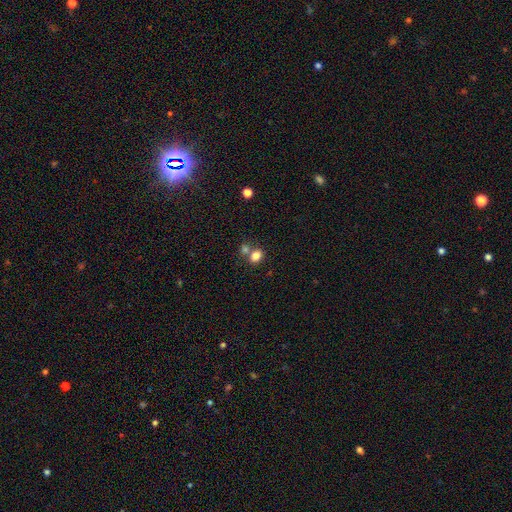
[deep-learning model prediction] This is clearly a smooth galaxy (81%). How rounded: possibly in between (57%). Merging: possibly none (51%).